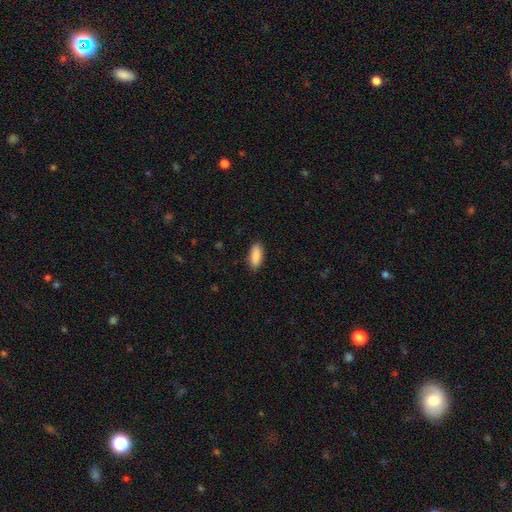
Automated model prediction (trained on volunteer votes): Overall: smooth (89%). How rounded: in between (78%). Merging: none (88%).